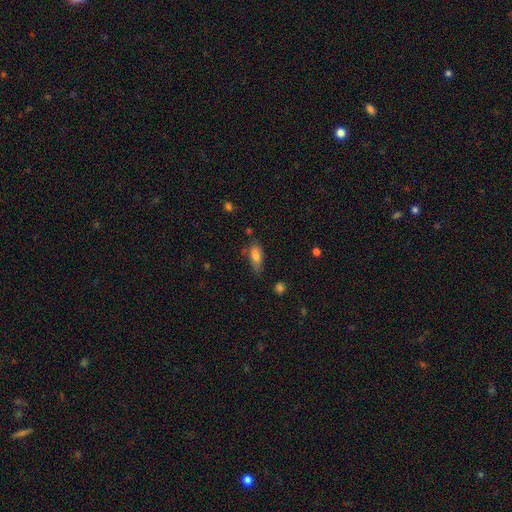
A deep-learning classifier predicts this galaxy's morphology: smooth-or-featured: smooth: 78% | featured or disk: 14% | star or artifact: 8%
  how-rounded: in between: 74% | cigar-shaped: 23% | round: 3%
  merging: none: 58% | minor disturbance: 29% | major disturbance: 8% | merger: 4%